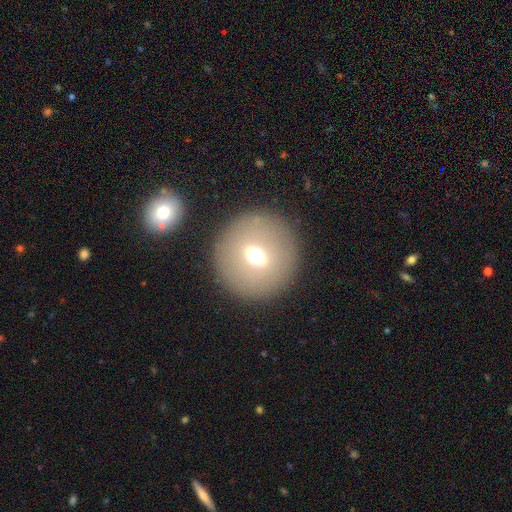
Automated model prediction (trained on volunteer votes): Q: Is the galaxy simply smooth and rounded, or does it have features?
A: smooth — 53%.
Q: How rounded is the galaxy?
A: round — 90%.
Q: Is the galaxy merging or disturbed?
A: none — 87%.